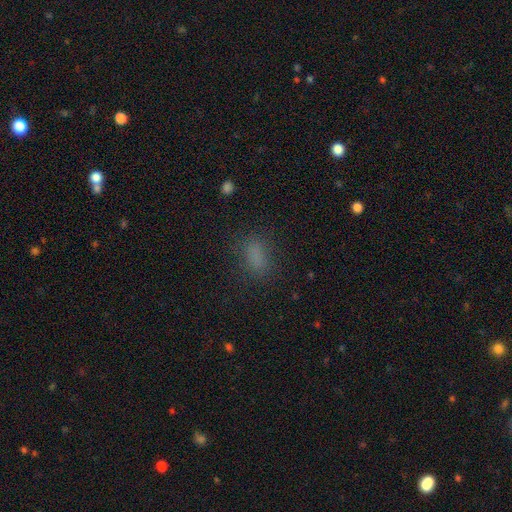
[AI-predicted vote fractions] smooth_or_featured: smooth (p=0.79) [alt: star or artifact p=0.15]
how_rounded: in between (p=0.81) [alt: round p=0.11]
merging: none (p=0.80) [alt: minor disturbance p=0.13]